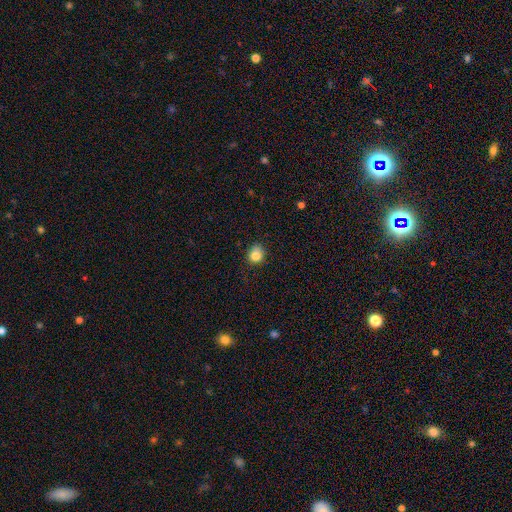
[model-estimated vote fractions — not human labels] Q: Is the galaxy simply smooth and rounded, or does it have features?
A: smooth — 82%.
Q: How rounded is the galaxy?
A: round — 72%.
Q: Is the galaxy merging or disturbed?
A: none — 69%.